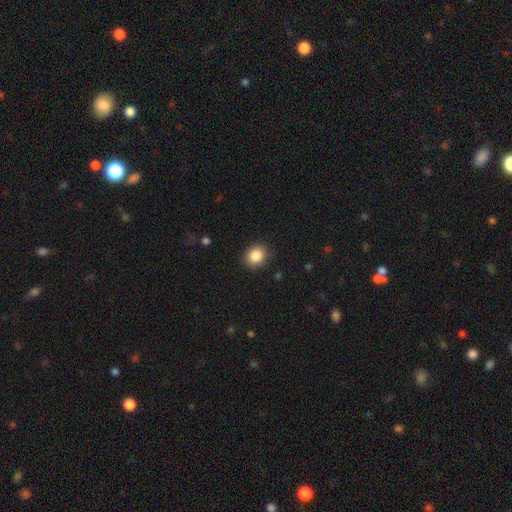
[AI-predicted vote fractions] This is clearly a smooth galaxy (87%). How rounded: likely round (67%). Merging: clearly none (89%).